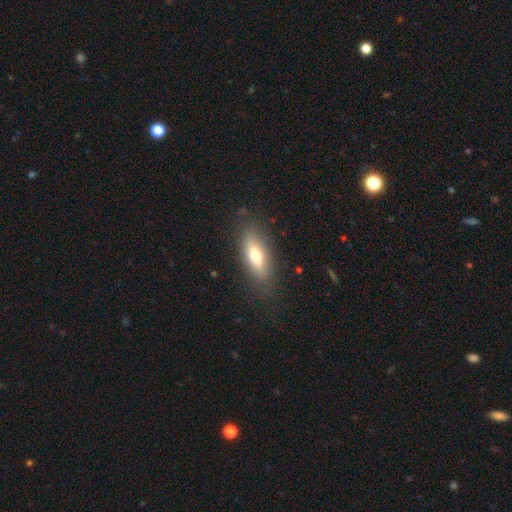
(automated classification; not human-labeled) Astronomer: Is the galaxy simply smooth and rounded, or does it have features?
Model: smooth — 68%.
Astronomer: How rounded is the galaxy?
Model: in between — 68%.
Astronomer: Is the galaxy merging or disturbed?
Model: none — 83%.